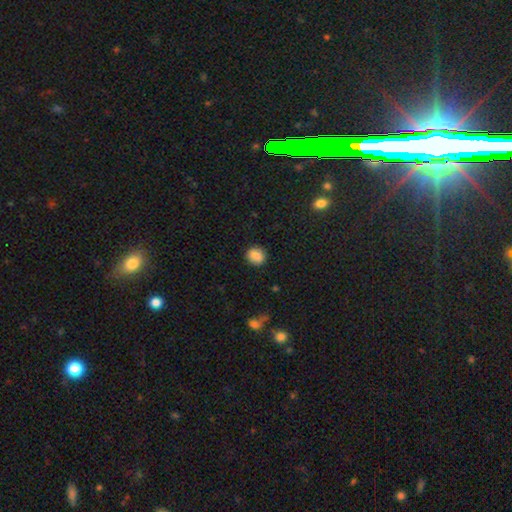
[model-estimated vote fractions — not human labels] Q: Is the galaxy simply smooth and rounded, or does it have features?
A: smooth — 85%.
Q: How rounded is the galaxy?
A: round — 73%.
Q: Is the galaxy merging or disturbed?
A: none — 85%.